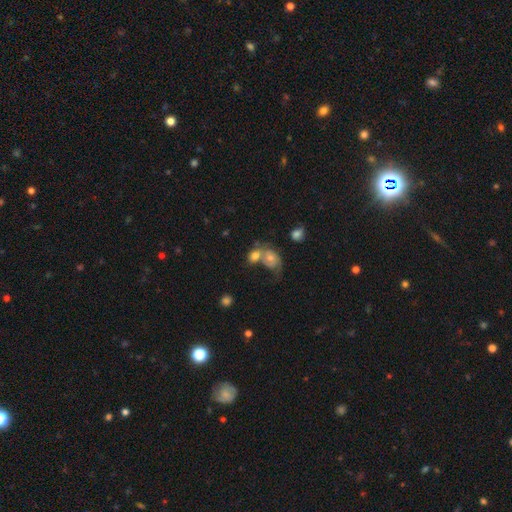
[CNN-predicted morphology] Smooth or featured? smooth (64%)
How rounded? in between (55%)
Merging? merger (57%)